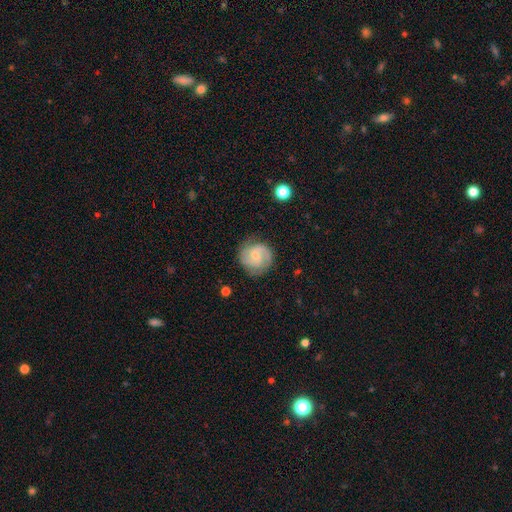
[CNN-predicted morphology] Smooth or featured? Predicted: featured or disk (p=0.75). Edge-on disk? Predicted: no (p=0.98). Bar? Predicted: no (p=0.46, tied with weak). Spiral arms? Predicted: yes (p=0.95). Spiral winding? Predicted: medium (p=0.47). Spiral arm count? Predicted: 2 (p=0.80). Bulge size? Predicted: small (p=0.59). Merging? Predicted: none (p=0.79).